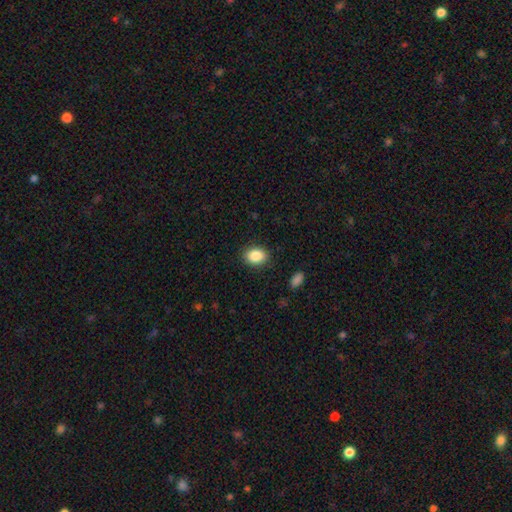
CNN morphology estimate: smooth 87%, star or artifact 8%, featured or disk 5%. Down the decision tree: how rounded — in between (72%); merging — none (87%).